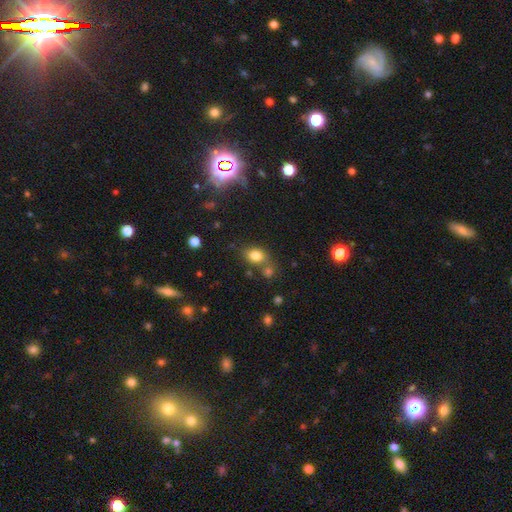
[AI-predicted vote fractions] This appears to be a smooth galaxy with no disk features (79%) that is in between round and cigar-shaped (66%). Merging: none (63%).